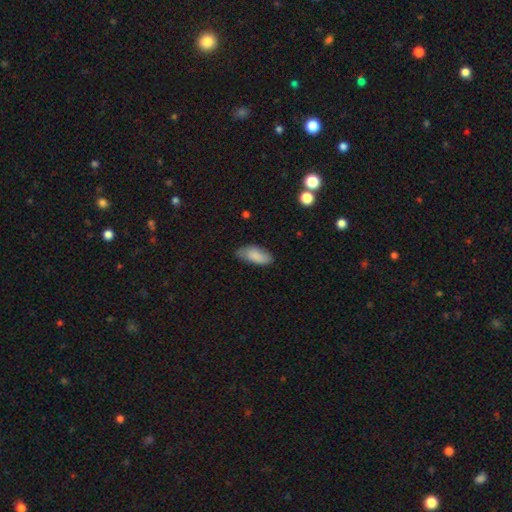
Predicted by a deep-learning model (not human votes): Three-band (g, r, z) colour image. It shows a smooth galaxy with no disk features (84%) that is in between round and cigar-shaped (88%). Merging: none (67%).